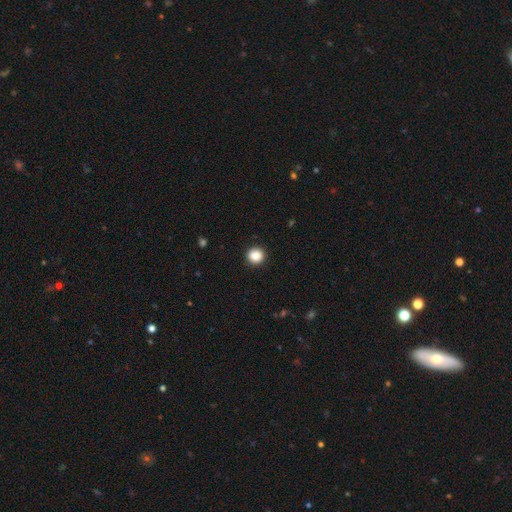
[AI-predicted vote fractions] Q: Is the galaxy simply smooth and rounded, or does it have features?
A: smooth — 87%.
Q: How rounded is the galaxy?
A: round — 91%.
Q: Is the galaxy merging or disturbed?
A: none — 92%.